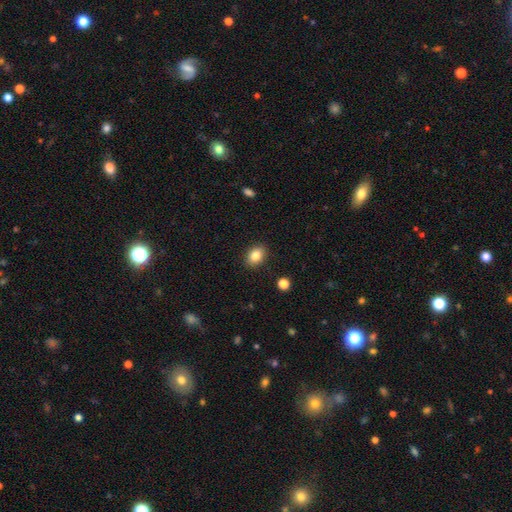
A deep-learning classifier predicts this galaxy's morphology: A smooth galaxy with no disk features (83%) that is in between round and cigar-shaped (70%). Merging: none (89%).